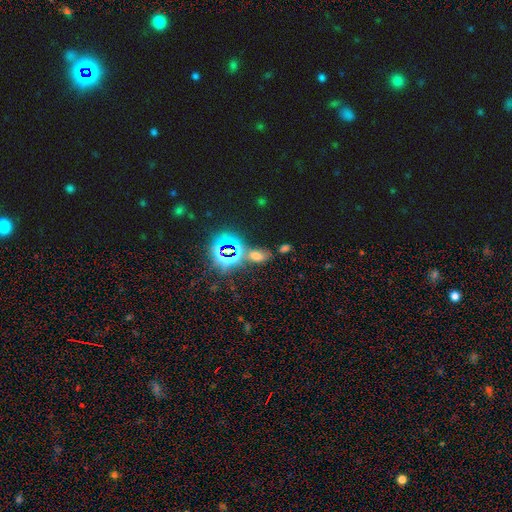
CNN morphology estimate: star or artifact 47%, smooth 43%, featured or disk 10%.